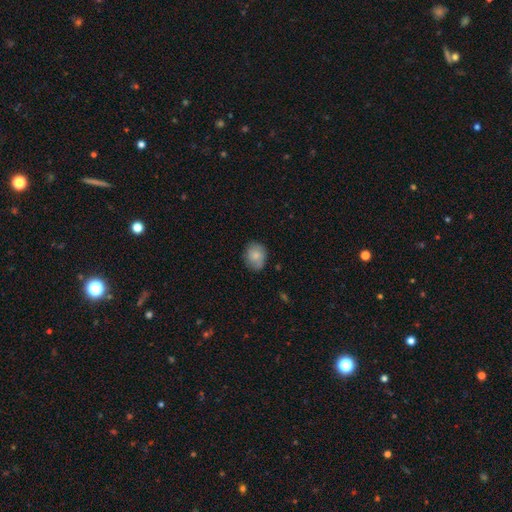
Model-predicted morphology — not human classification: A smooth galaxy with no disk features (81%) that is round (55%).

Vote fractions:
- Smooth or featured? smooth: 81% / featured or disk: 12% / star or artifact: 7%
- How rounded? round: 55% / in between: 44% / cigar-shaped: 1%
- Merging? none: 76% / minor disturbance: 19% / major disturbance: 4% / merger: 1%